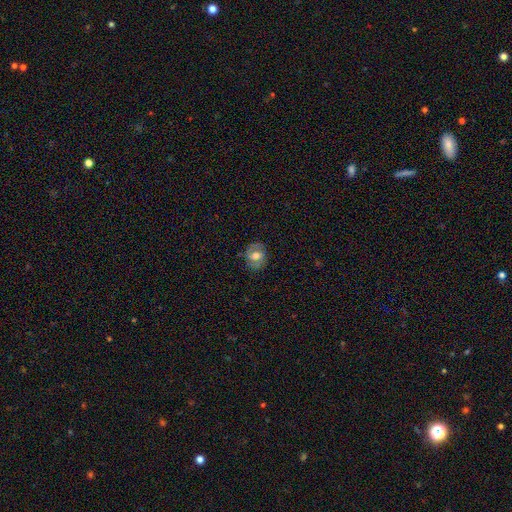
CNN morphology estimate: Smooth or featured? smooth (53%)
How rounded? round (63%)
Merging? none (79%)